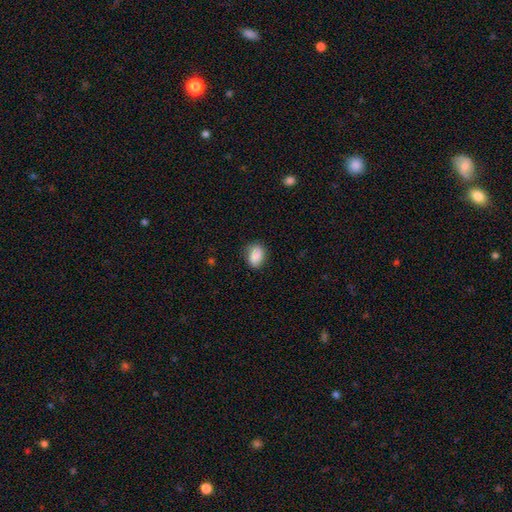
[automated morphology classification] A smooth galaxy with no disk features (87%) that is in between round and cigar-shaped (72%).

Vote fractions:
- Smooth or featured? smooth: 87% / star or artifact: 7% / featured or disk: 5%
- How rounded? in between: 72% / round: 27% / cigar-shaped: 1%
- Merging? none: 79% / minor disturbance: 16% / major disturbance: 3% / merger: 1%